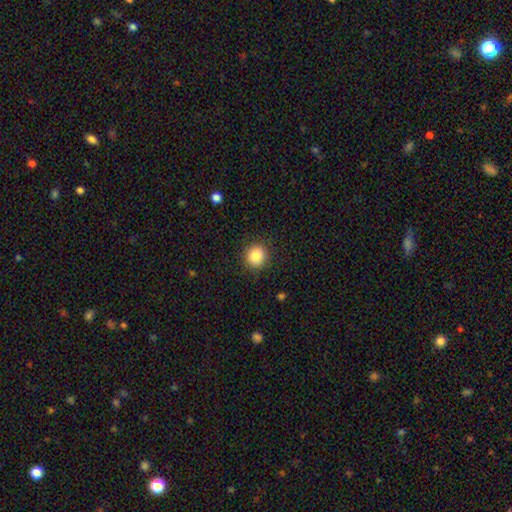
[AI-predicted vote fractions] This appears to be a smooth galaxy with no disk features (85%) that is round (91%). Merging: none (89%).